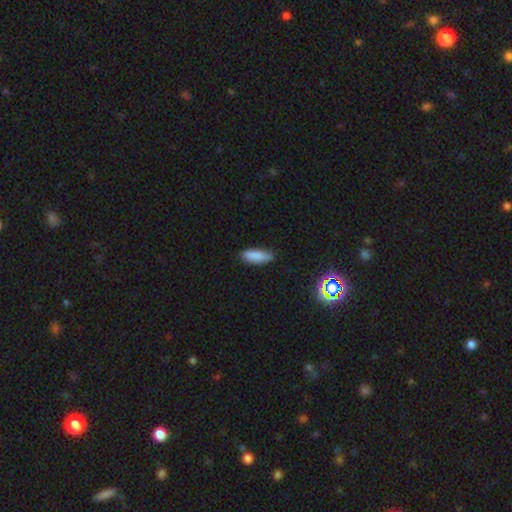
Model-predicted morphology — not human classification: smooth-or-featured: smooth: 85% | star or artifact: 8% | featured or disk: 6%
  how-rounded: in between: 67% | cigar-shaped: 31% | round: 2%
  merging: none: 77% | minor disturbance: 18% | major disturbance: 3% | merger: 1%